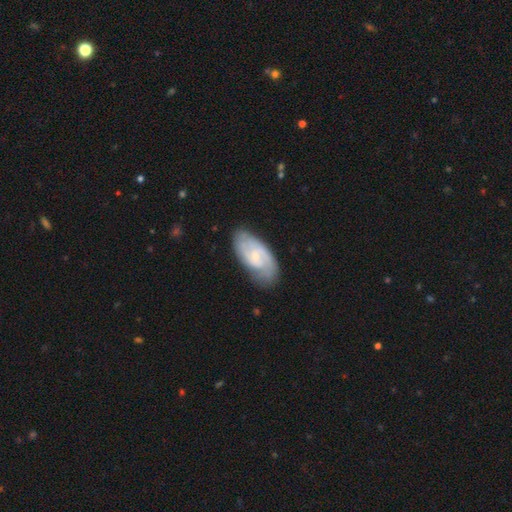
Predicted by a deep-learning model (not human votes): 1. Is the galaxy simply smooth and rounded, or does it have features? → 74% featured or disk, 21% smooth, 5% star or artifact.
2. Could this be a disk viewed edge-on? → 95% no, 5% yes.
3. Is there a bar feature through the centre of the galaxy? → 47% no, 45% weak, 7% strong.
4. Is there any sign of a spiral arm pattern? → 92% yes, 8% no.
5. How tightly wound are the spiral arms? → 45% tight, 41% medium, 14% loose.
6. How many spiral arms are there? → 62% 2, 23% can't tell, 7% 3, 5% 1, 2% 4, 2% more than 4.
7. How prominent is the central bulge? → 68% small, 25% moderate, 5% none, 1% large, 1% dominant.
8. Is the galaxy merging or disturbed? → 72% none, 20% minor disturbance, 6% major disturbance, 1% merger.